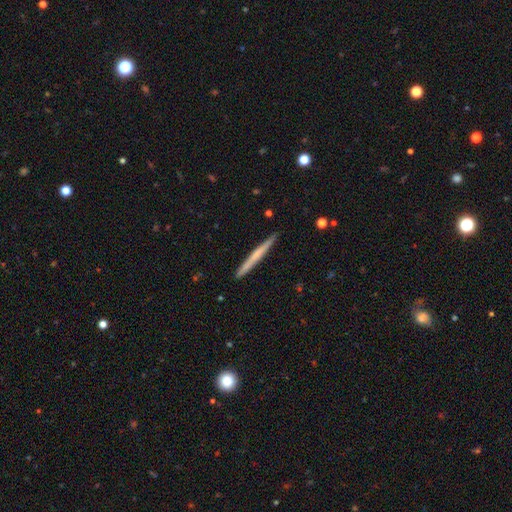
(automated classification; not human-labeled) smooth_or_featured: smooth (p=0.50) [alt: featured or disk p=0.44]
how_rounded: cigar-shaped (p=0.97) [alt: in between p=0.02]
merging: none (p=0.91) [alt: minor disturbance p=0.06]